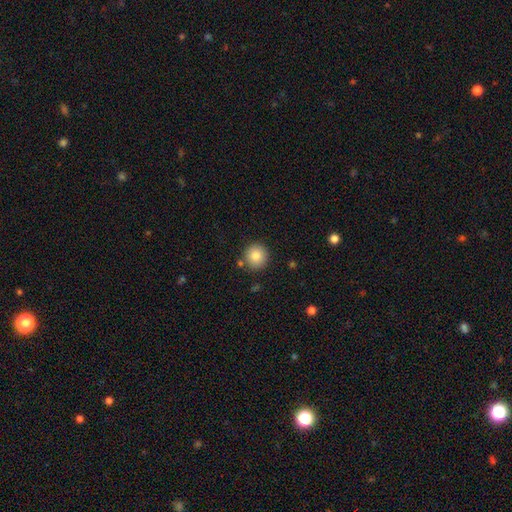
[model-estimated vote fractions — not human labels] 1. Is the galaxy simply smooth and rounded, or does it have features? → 84% smooth, 9% star or artifact, 7% featured or disk.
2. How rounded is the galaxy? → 94% round, 5% in between, 1% cigar-shaped.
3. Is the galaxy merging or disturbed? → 87% none, 7% minor disturbance, 3% merger, 2% major disturbance.